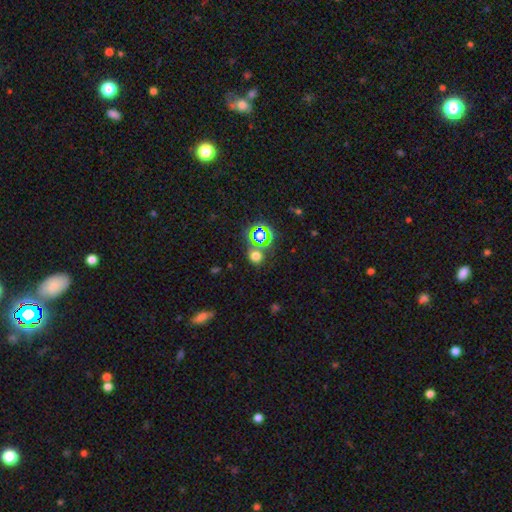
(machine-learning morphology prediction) Overall: smooth (62%; star or artifact 32%). How rounded: round (83%). Merging: none (75%).